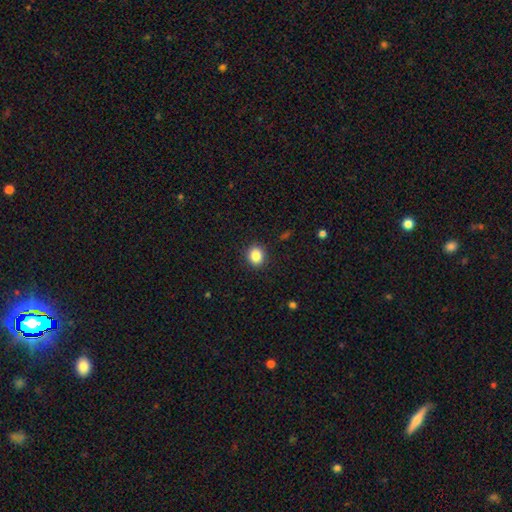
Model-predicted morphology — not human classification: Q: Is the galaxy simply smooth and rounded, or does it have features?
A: smooth — 85%.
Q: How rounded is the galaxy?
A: round — 71%.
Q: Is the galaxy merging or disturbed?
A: none — 91%.